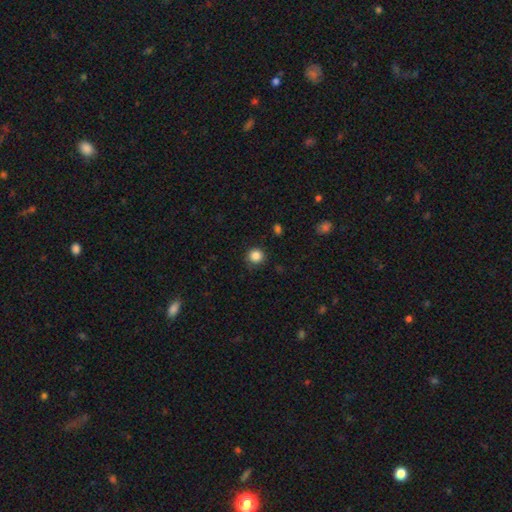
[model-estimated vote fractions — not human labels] The model was most divided on "smooth or featured": smooth: 85%, star or artifact: 11%, featured or disk: 3%. More confident: how rounded — round (93%); merging — none (87%).